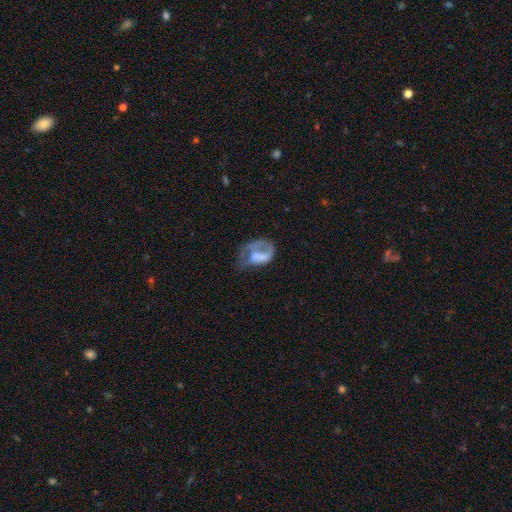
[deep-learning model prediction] A featured or disk galaxy (59%) with no bar (64%), spiral arms (61%) and no central bulge (34%). Merging: major disturbance (46%).